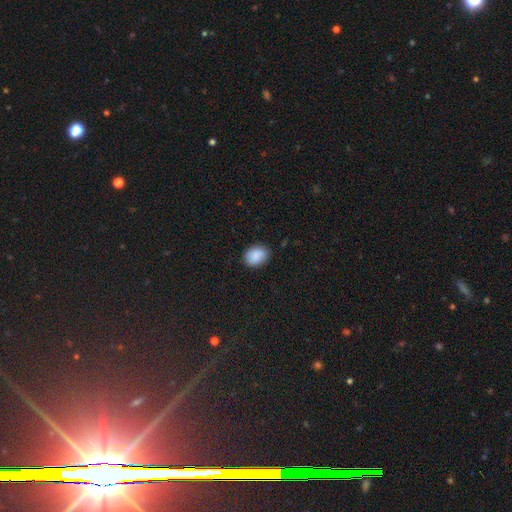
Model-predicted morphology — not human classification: smooth-or-featured: smooth: 89% | star or artifact: 7% | featured or disk: 4%
  how-rounded: in between: 79% | round: 20% | cigar-shaped: 1%
  merging: none: 83% | minor disturbance: 13% | major disturbance: 2% | merger: 1%